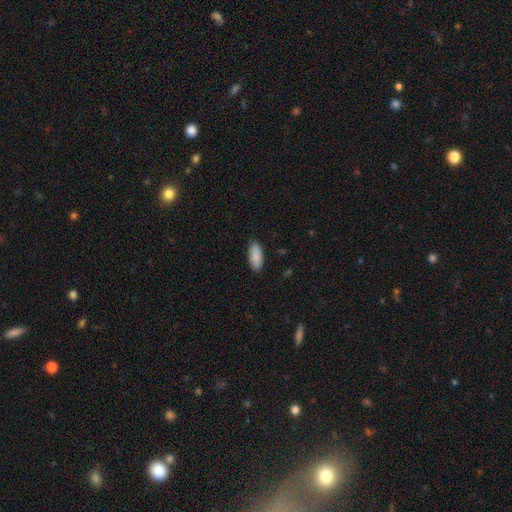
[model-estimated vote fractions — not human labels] smooth 90%, star or artifact 6%, featured or disk 4%. Down the decision tree: how rounded — in between (83%); merging — none (89%).